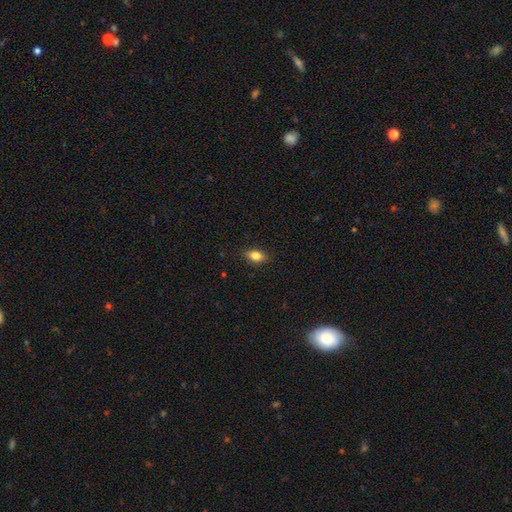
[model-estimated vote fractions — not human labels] The model was most divided on "smooth or featured": smooth: 82%, featured or disk: 10%, star or artifact: 8%. More confident: merging — none (88%); how rounded — in between (85%).